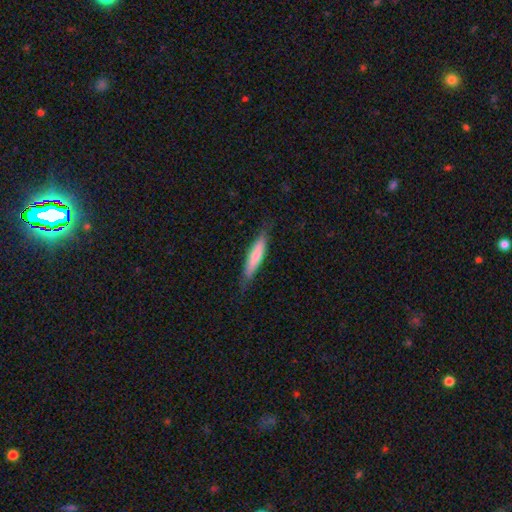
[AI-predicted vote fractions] Smooth or featured? Predicted: smooth (p=0.69). How rounded? Predicted: cigar-shaped (p=0.84). Merging? Predicted: none (p=0.79).